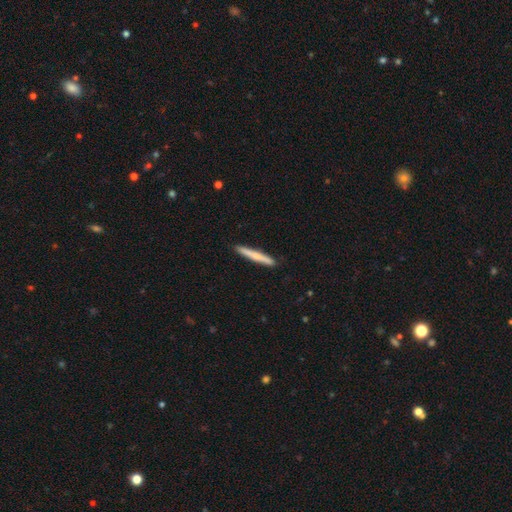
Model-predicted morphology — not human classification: Smooth or featured: smooth — 63% (featured or disk — 32%)
How rounded: cigar-shaped — 96% (in between — 3%)
Merging: none — 91% (minor disturbance — 6%)